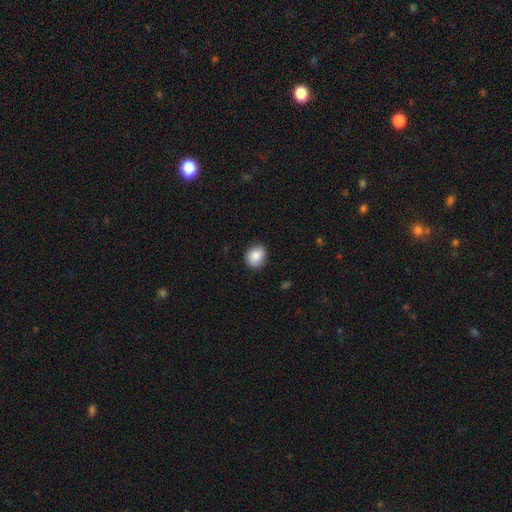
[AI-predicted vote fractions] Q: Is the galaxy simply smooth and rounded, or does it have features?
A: smooth — 86%.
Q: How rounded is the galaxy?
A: round — 70%.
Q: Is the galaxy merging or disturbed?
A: none — 83%.